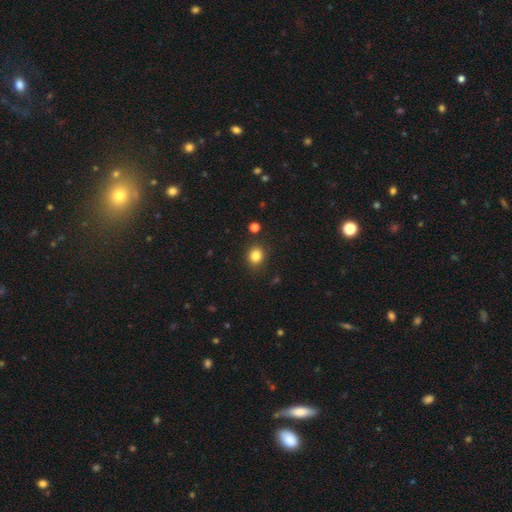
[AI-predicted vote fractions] Smooth or featured?
  - smooth: 83% *
  - star or artifact: 12%
  - featured or disk: 5%
How rounded?
  - round: 70% *
  - in between: 30%
  - cigar-shaped: 1%
Merging?
  - none: 86% *
  - minor disturbance: 9%
  - major disturbance: 3%
  - merger: 2%